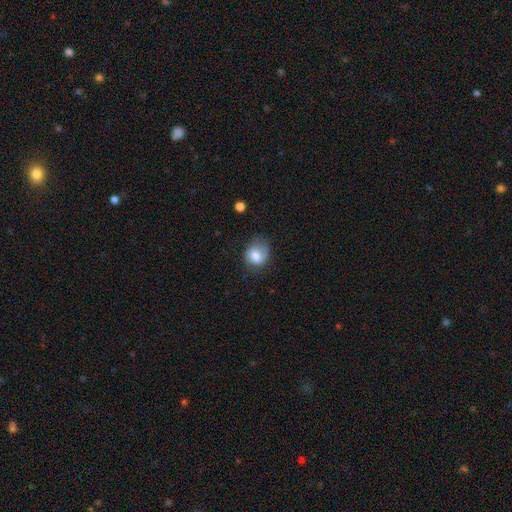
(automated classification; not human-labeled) Q: Smooth or featured?
A: smooth (56%); runner-up: featured or disk (35%)
Q: How rounded?
A: round (53%); runner-up: in between (46%)
Q: Merging?
A: none (59%); runner-up: minor disturbance (28%)